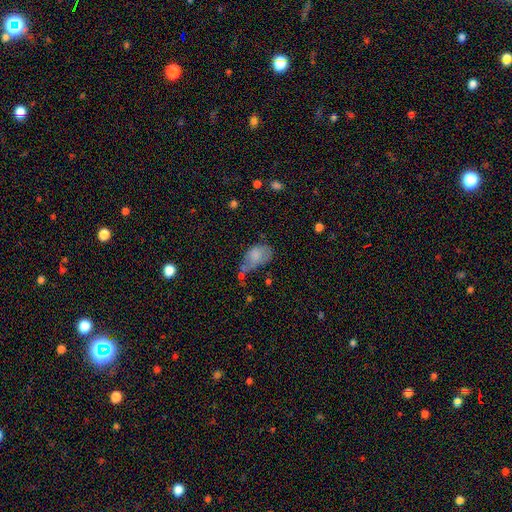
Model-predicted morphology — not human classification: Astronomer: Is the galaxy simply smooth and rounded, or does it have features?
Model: smooth — 72%.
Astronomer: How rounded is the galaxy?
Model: in between — 88%.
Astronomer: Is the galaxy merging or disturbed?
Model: minor disturbance — 31% (runner-up: major disturbance, 30%).